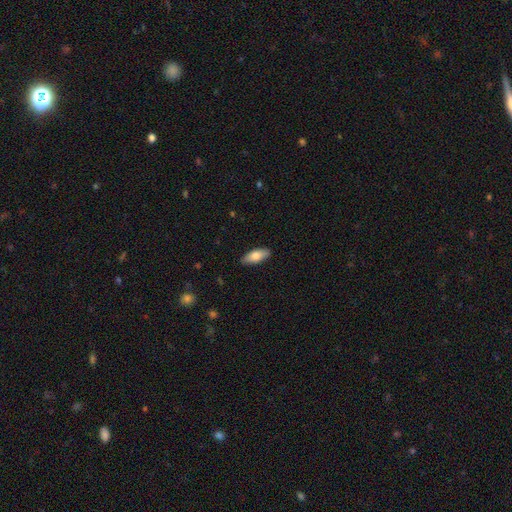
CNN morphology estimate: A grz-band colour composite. It shows a smooth galaxy with no disk features (77%) that is in between round and cigar-shaped (78%). Merging: none (88%).